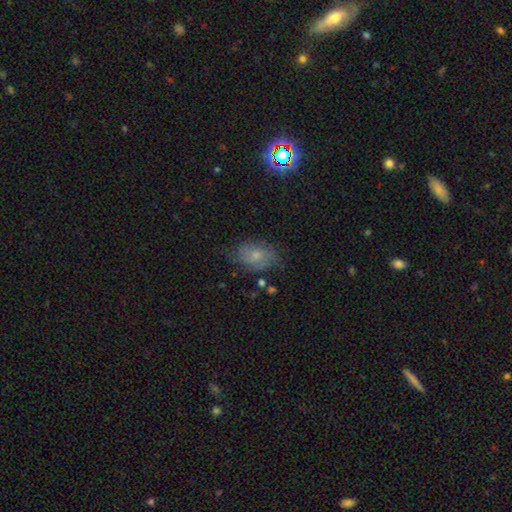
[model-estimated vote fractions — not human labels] Overall: smooth (51%; featured or disk 36%). How rounded: in between (82%). Merging: none (65%).